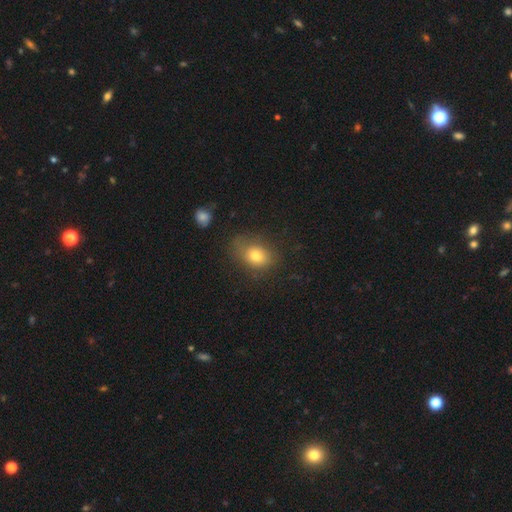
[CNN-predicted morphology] Smooth or featured: smooth — 75% (featured or disk — 13%)
How rounded: in between — 59% (round — 39%)
Merging: none — 64% (minor disturbance — 23%)